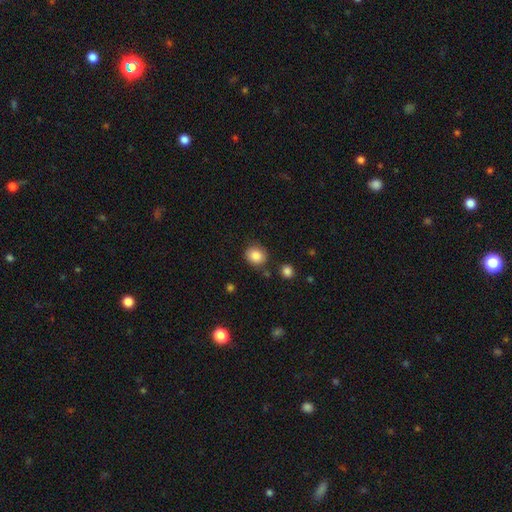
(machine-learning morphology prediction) Smooth or featured: smooth — 85% (star or artifact — 10%)
How rounded: round — 75% (in between — 24%)
Merging: none — 80% (minor disturbance — 12%)